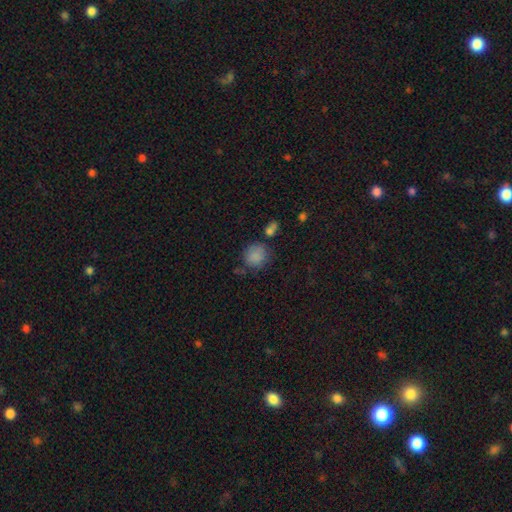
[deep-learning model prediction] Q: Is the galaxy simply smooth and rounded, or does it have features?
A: smooth — 84%.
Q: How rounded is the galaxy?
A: round — 85%.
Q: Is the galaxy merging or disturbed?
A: none — 68%.